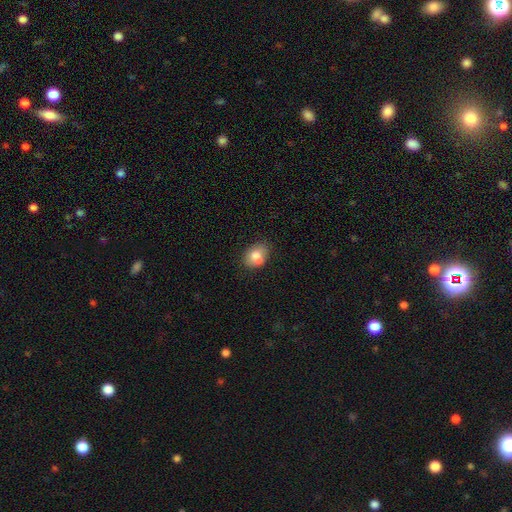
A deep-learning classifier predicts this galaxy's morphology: This is likely a smooth galaxy (76%). How rounded: possibly in between (60%). Merging: possibly none (60%).